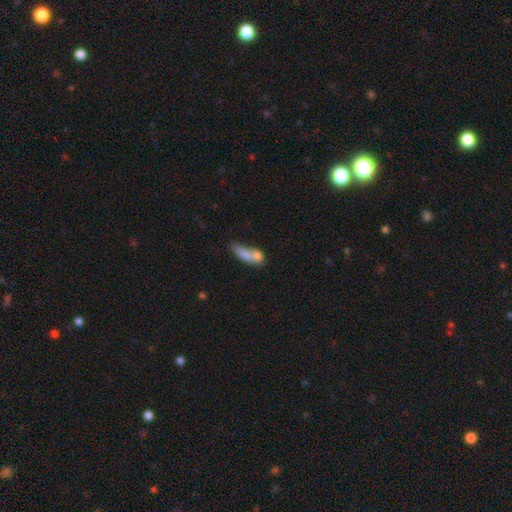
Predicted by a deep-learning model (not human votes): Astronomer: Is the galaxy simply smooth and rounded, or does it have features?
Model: smooth — 73%.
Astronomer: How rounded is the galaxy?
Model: in between — 58% (runner-up: cigar-shaped, 35%).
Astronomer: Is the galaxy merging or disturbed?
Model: merger — 45% (runner-up: none, 27%).